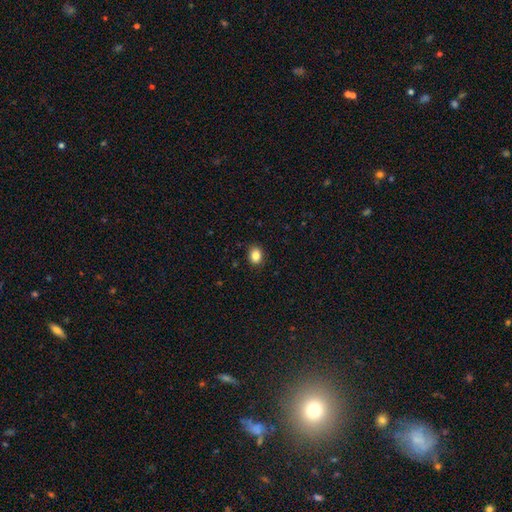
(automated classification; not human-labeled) smooth 86%, star or artifact 10%, featured or disk 5%. Down the decision tree: how rounded — in between (55%); merging — none (88%).